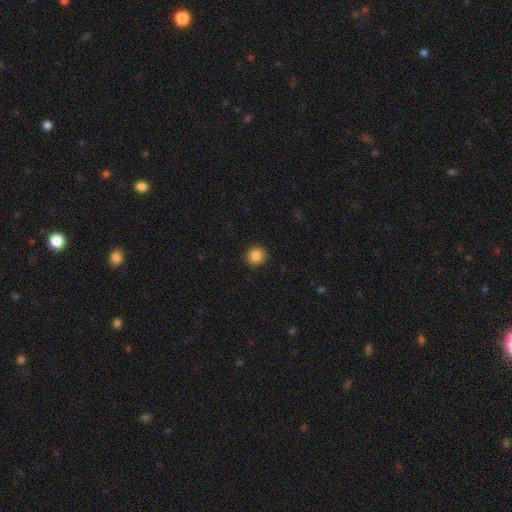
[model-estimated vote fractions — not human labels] smooth-or-featured: smooth: 85% | star or artifact: 10% | featured or disk: 5%
  how-rounded: round: 93% | in between: 6% | cigar-shaped: 1%
  merging: none: 92% | minor disturbance: 5% | major disturbance: 2% | merger: 1%